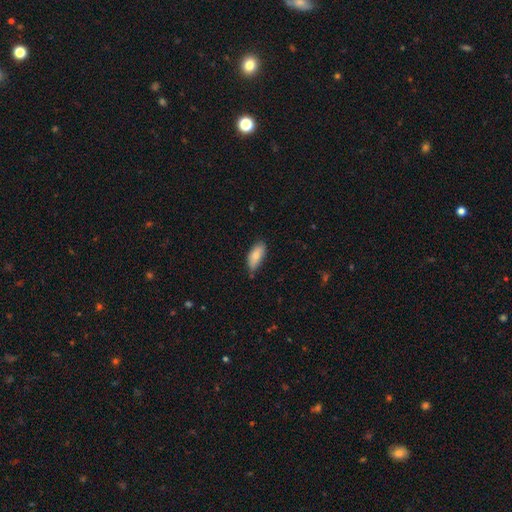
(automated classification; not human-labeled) Overall: smooth (81%). How rounded: in between (86%). Merging: none (65%; minor disturbance 29%).